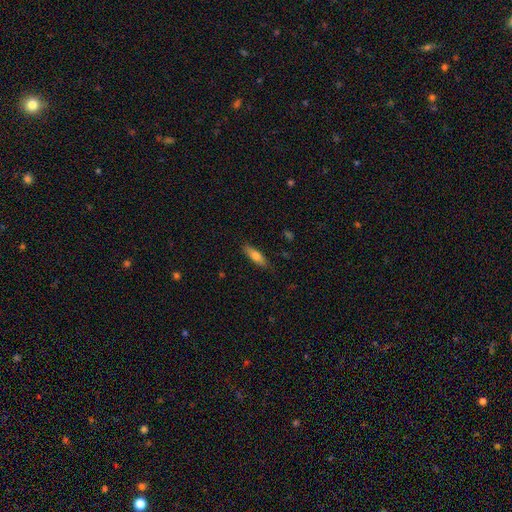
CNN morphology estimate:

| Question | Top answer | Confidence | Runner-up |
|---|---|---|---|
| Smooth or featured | smooth | 73% | featured or disk (21%) |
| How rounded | cigar-shaped | 58% | in between (40%) |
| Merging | none | 86% | minor disturbance (11%) |